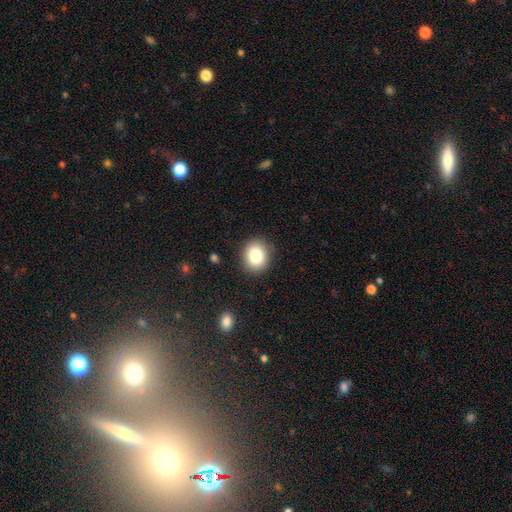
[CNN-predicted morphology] type=smooth (83%); roundness=round (62%); merging=none (88%).